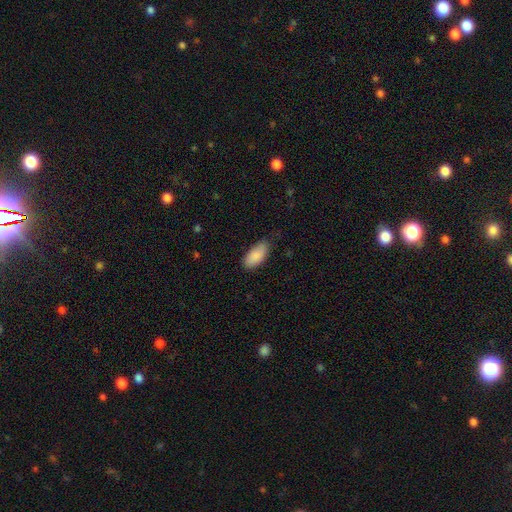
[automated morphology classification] Smooth or featured?
  - smooth: 89% *
  - star or artifact: 6%
  - featured or disk: 5%
How rounded?
  - in between: 92% *
  - cigar-shaped: 7%
  - round: 2%
Merging?
  - none: 78% *
  - minor disturbance: 18%
  - major disturbance: 3%
  - merger: 1%